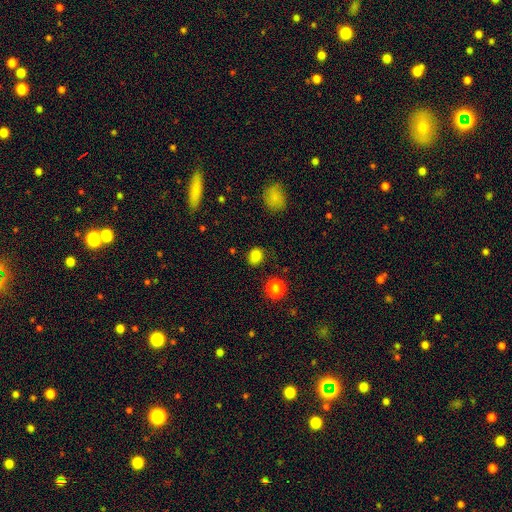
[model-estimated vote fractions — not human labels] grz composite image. It shows a smooth galaxy with no disk features (81%) that is round (50%). Merging: none (79%).